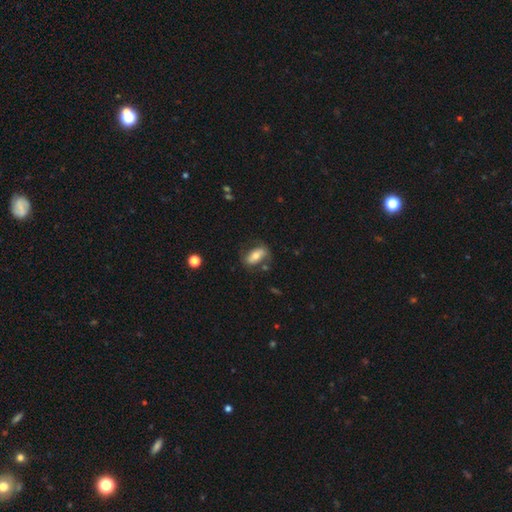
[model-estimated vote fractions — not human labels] This is possibly a smooth galaxy (57%). How rounded: clearly in between (82%). Merging: likely none (65%).